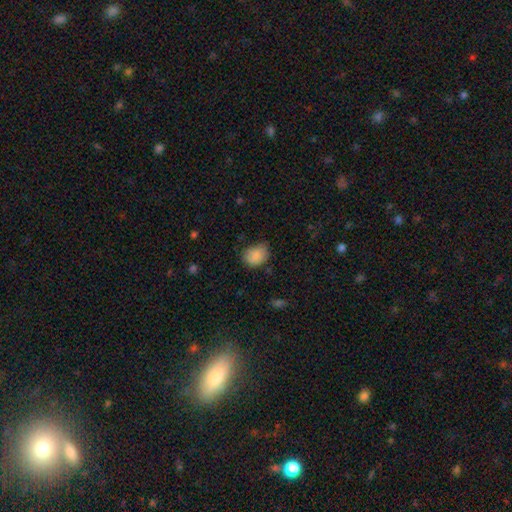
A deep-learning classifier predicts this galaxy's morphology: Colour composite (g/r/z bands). It shows a smooth galaxy with no disk features (87%) that is in between round and cigar-shaped (61%). Merging: none (66%).